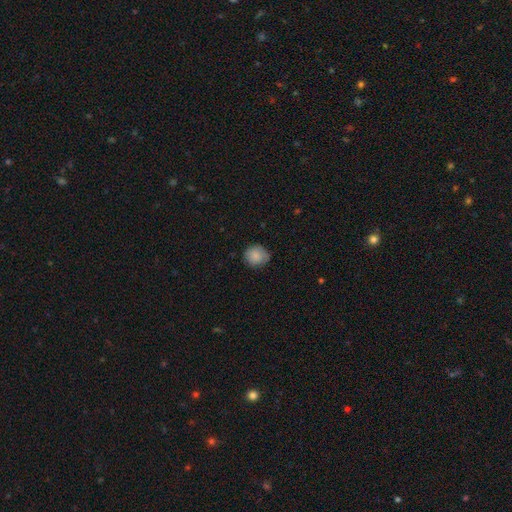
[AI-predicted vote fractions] smooth_or_featured: smooth (p=0.84) [alt: featured or disk p=0.09]
how_rounded: round (p=0.83) [alt: in between p=0.16]
merging: none (p=0.73) [alt: minor disturbance p=0.22]